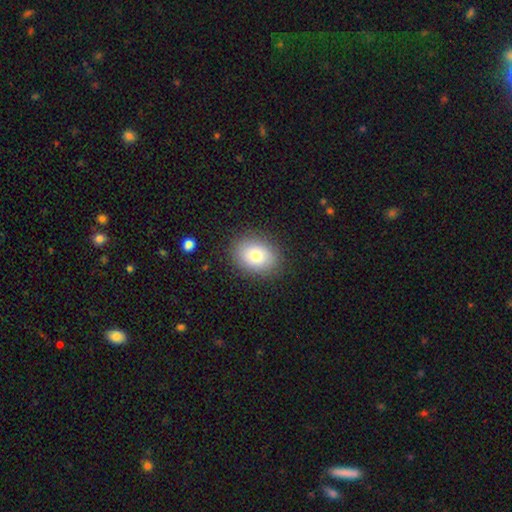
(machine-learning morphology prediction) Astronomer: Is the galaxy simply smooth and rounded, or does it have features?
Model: smooth — 76%.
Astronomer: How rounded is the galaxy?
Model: in between — 56% (runner-up: round, 43%).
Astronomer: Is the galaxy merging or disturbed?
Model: none — 86%.